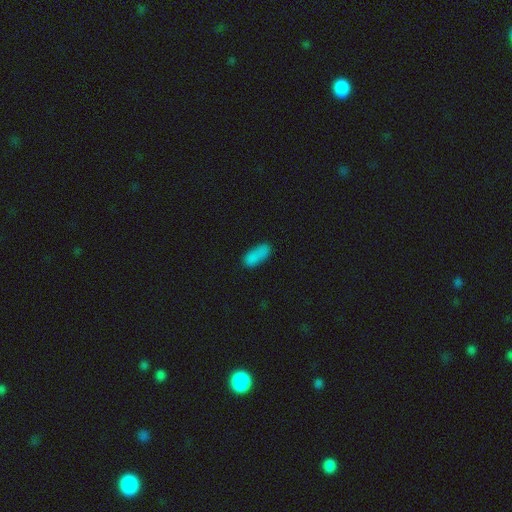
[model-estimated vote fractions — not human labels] Smooth or featured? smooth (83%)
How rounded? in between (82%)
Merging? none (63%)